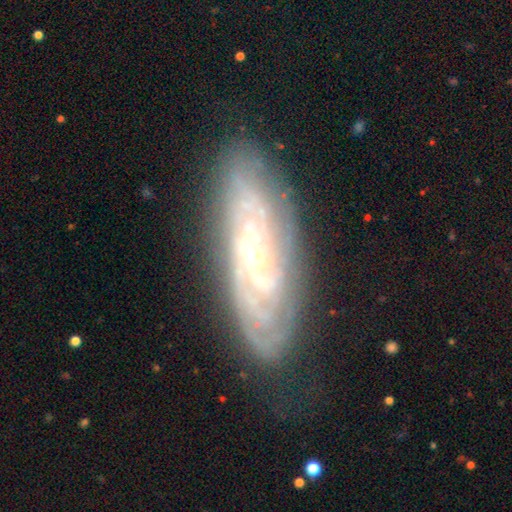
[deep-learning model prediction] A featured or disk galaxy (85%) with no bar (68%), tight (79%) spiral arms (95%) and a small central bulge (60%). Merging: none (80%).